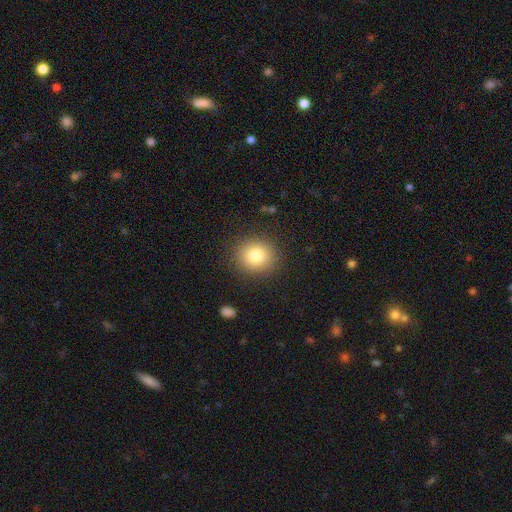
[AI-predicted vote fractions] A smooth galaxy with no disk features (81%) that is round (86%).

Vote fractions:
- Smooth or featured? smooth: 81% / star or artifact: 11% / featured or disk: 9%
- How rounded? round: 86% / in between: 14% / cigar-shaped: 1%
- Merging? none: 89% / minor disturbance: 7% / major disturbance: 3% / merger: 1%